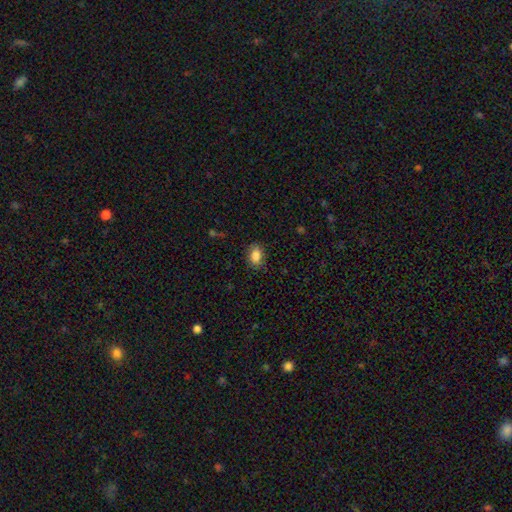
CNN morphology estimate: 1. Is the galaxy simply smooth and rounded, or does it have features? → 86% smooth, 8% star or artifact, 6% featured or disk.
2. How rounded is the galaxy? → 81% in between, 18% round, 1% cigar-shaped.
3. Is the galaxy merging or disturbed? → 84% none, 12% minor disturbance, 3% major disturbance, 1% merger.